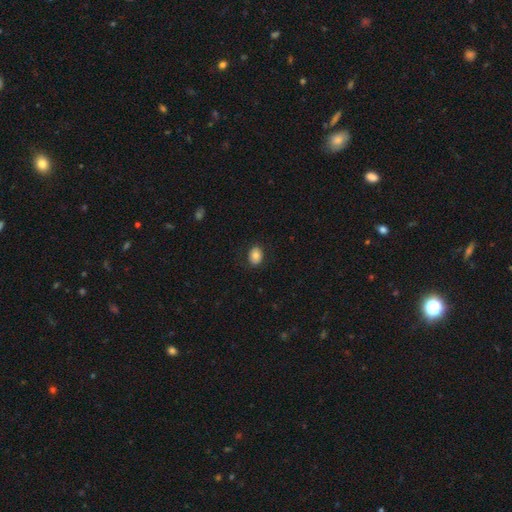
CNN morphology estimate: A smooth galaxy with no disk features (80%) that is in between round and cigar-shaped (62%).

Vote fractions:
- Smooth or featured? smooth: 80% / featured or disk: 11% / star or artifact: 9%
- How rounded? in between: 62% / round: 37% / cigar-shaped: 1%
- Merging? none: 84% / minor disturbance: 12% / major disturbance: 4% / merger: 1%